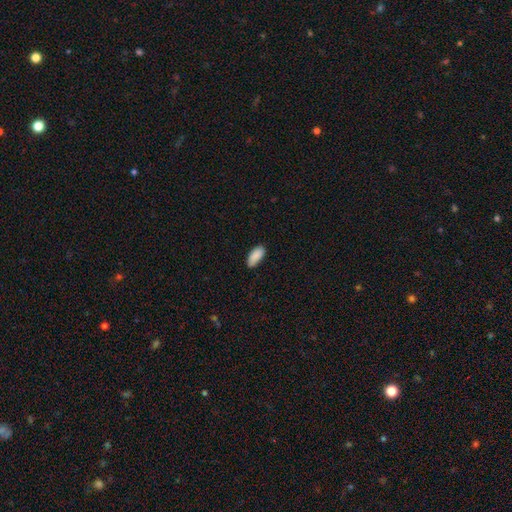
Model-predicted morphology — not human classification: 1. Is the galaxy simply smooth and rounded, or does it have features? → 90% smooth, 6% star or artifact, 4% featured or disk.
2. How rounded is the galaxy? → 86% in between, 12% cigar-shaped, 2% round.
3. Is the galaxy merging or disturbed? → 81% none, 15% minor disturbance, 2% major disturbance, 1% merger.